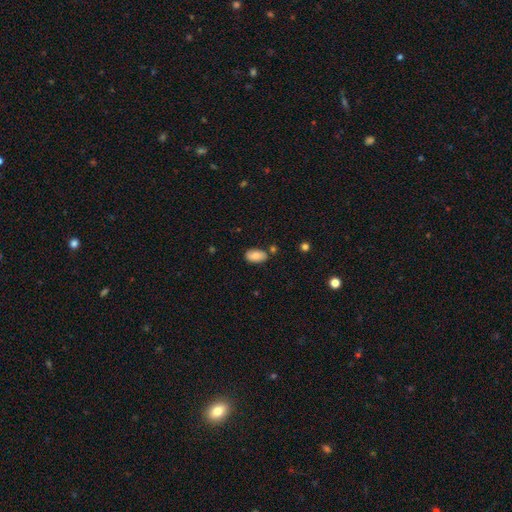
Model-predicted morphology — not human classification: Smooth or featured?
  - smooth: 86% *
  - star or artifact: 7%
  - featured or disk: 7%
How rounded?
  - in between: 94% *
  - round: 3%
  - cigar-shaped: 2%
Merging?
  - none: 77% *
  - minor disturbance: 14%
  - merger: 7%
  - major disturbance: 3%